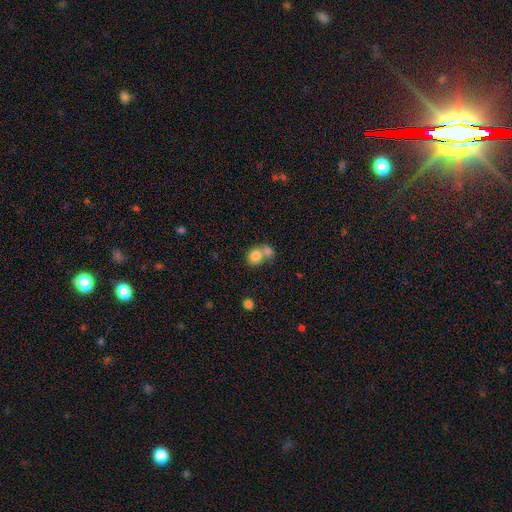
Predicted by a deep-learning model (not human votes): A smooth galaxy with no disk features (81%) that is round (72%). Merging: merger (54%).